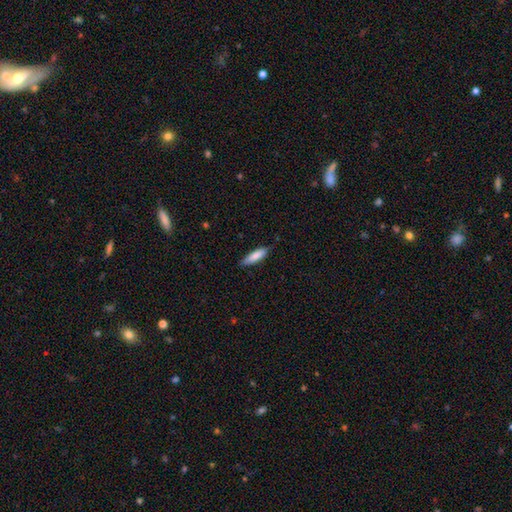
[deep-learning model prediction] The model was most divided on "how rounded": cigar-shaped: 62%, in between: 37%, round: 1%. More confident: smooth or featured — smooth (83%); merging — none (81%).